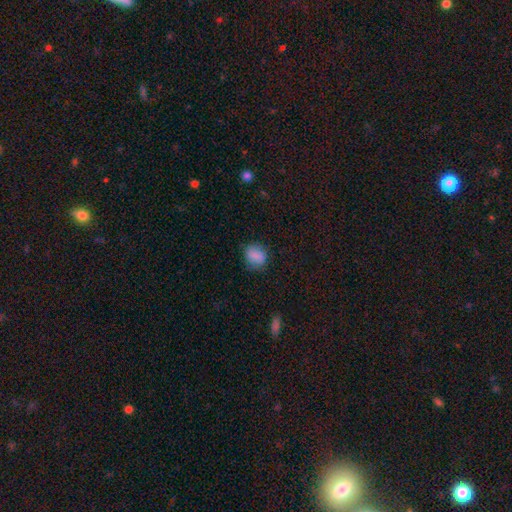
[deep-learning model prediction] Smooth or featured?
  - smooth: 82% *
  - star or artifact: 9%
  - featured or disk: 9%
How rounded?
  - round: 61% *
  - in between: 38%
  - cigar-shaped: 1%
Merging?
  - none: 75% *
  - minor disturbance: 18%
  - major disturbance: 5%
  - merger: 1%